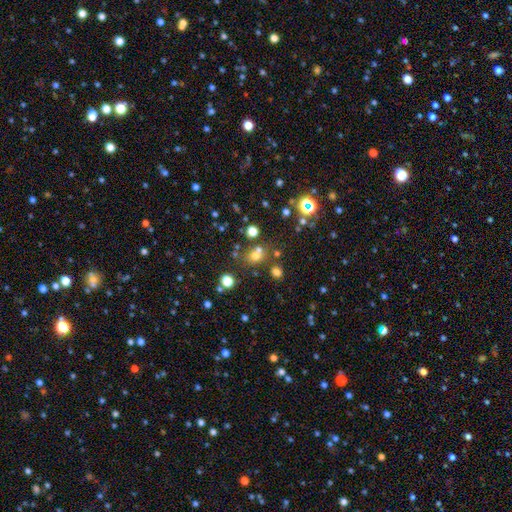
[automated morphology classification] A smooth galaxy with no disk features (59%) that is round (74%). Merging: none (58%).